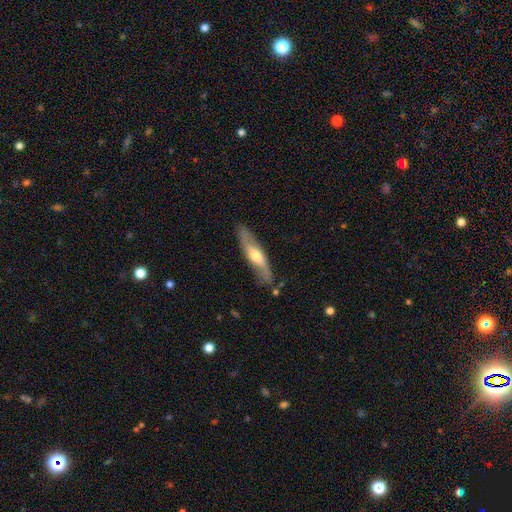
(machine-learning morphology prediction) This appears to be a featured or disk galaxy (55%) viewed edge-on (60%). Merging: none (79%).